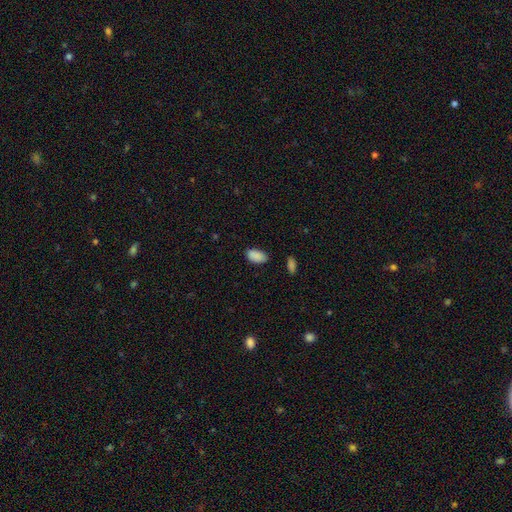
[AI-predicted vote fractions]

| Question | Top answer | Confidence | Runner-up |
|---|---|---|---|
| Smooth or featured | smooth | 89% | star or artifact (7%) |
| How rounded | in between | 95% | round (3%) |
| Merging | none | 78% | minor disturbance (15%) |